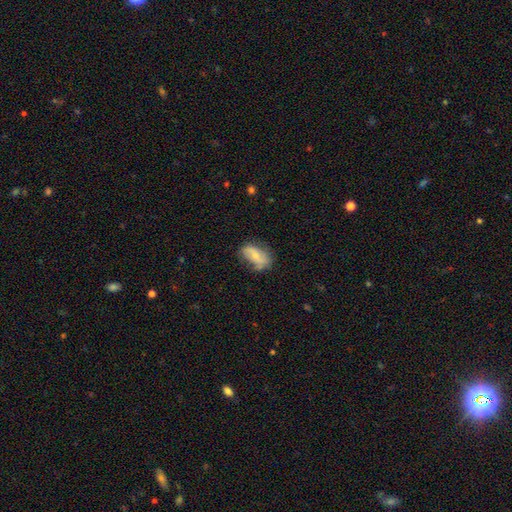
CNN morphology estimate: type=smooth (55%); roundness=in between (90%); merging=none (55%).